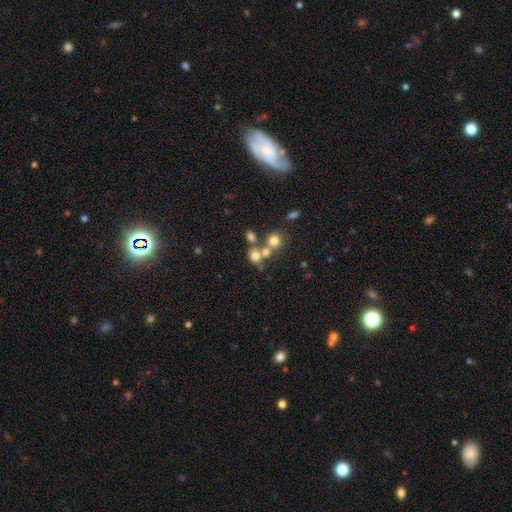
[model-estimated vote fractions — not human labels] Smooth or featured? smooth (66%)
How rounded? round (71%)
Merging? merger (45%)